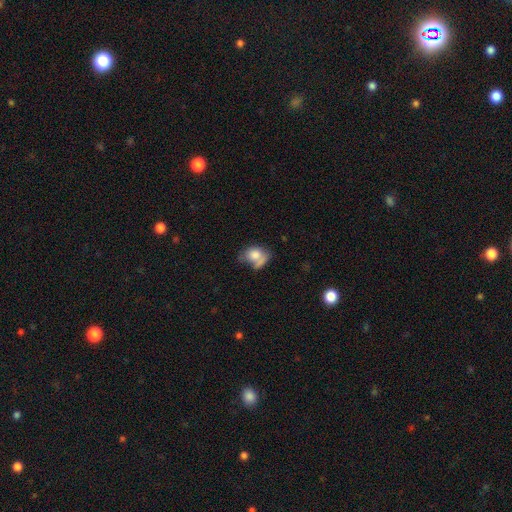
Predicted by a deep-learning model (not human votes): Smooth or featured?
  - smooth: 74% *
  - featured or disk: 17%
  - star or artifact: 9%
How rounded?
  - in between: 58% *
  - round: 41%
  - cigar-shaped: 2%
Merging?
  - none: 32% *
  - merger: 29%
  - minor disturbance: 21%
  - major disturbance: 17%